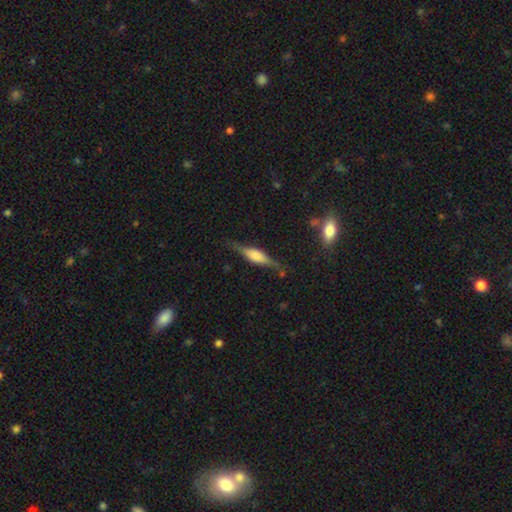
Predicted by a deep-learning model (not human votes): Smooth or featured? Predicted: featured or disk (p=0.65). Edge-on disk? Predicted: yes (p=0.96). Edge-on bulge? Predicted: rounded (p=0.63). Merging? Predicted: none (p=0.78).